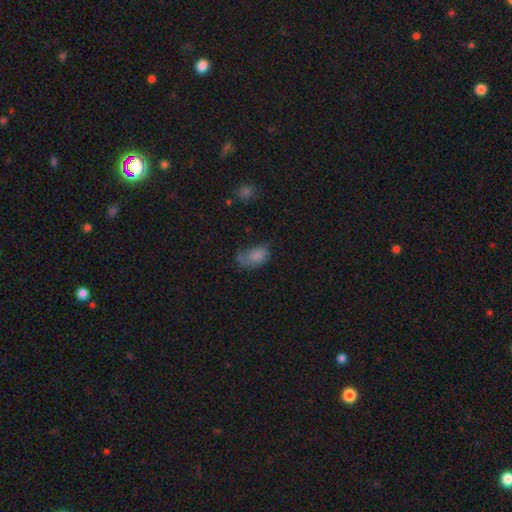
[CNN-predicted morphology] type=smooth (69%); roundness=in between (89%); merging=none (35%).